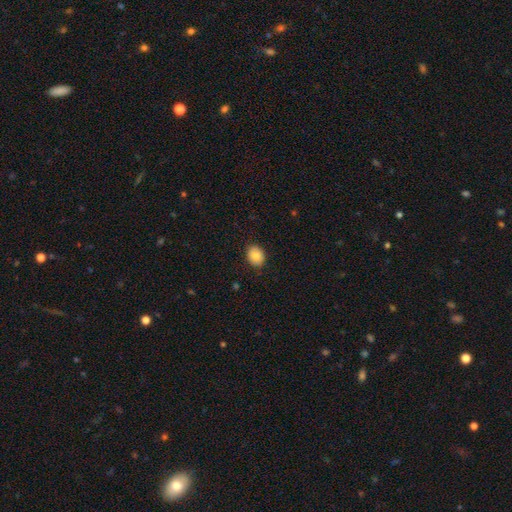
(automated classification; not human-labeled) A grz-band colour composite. It shows a smooth galaxy with no disk features (83%) that is in between round and cigar-shaped (55%). Merging: none (88%).